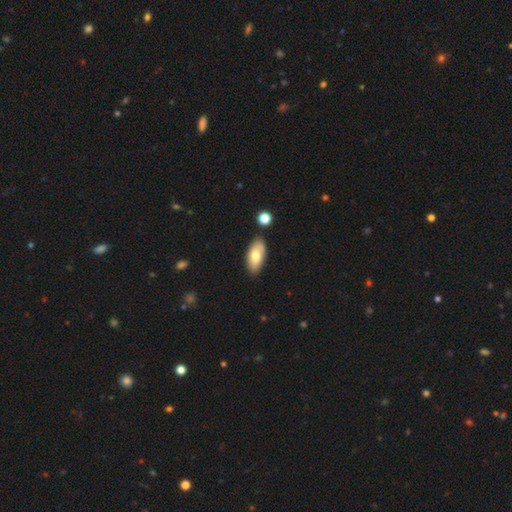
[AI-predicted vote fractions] Morphology: type=smooth (73%); roundness=in between (90%); merging=none (77%).